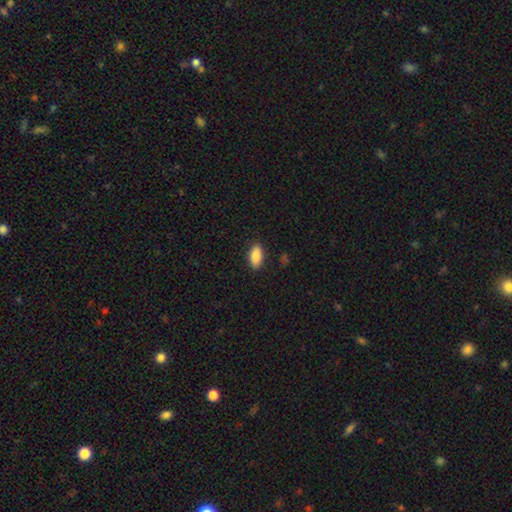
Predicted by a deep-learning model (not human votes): A smooth galaxy with no disk features (86%) that is in between round and cigar-shaped (89%). Merging: none (88%).